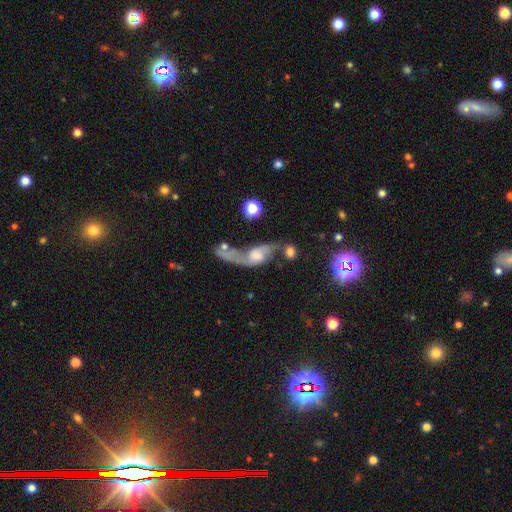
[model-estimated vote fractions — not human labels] smooth-or-featured: featured or disk: 63% | smooth: 25% | star or artifact: 11%
  disk-edge-on: no: 83% | yes: 17%
    bar: no: 65% | weak: 28% | strong: 7%
    has-spiral-arms: yes: 77% | no: 23%
    bulge-size: moderate: 41% | small: 22% | large: 21% | none: 13% | dominant: 4%
  merging: major disturbance: 32% | merger: 31% | none: 22% | minor disturbance: 15%